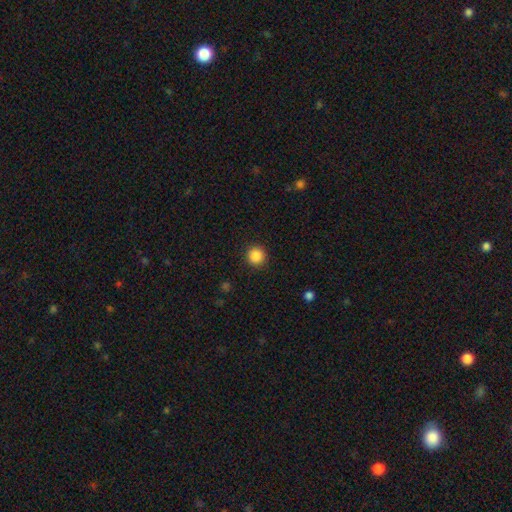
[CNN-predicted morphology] Overall: smooth (87%). How rounded: round (94%). Merging: none (91%).